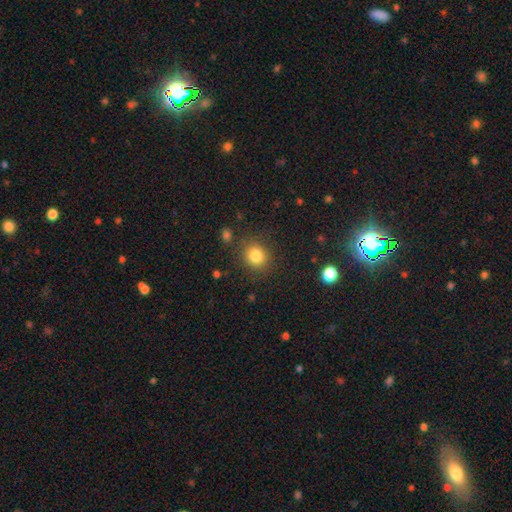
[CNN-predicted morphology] smooth 83%, star or artifact 12%, featured or disk 6%. Down the decision tree: how rounded — round (81%); merging — none (85%).